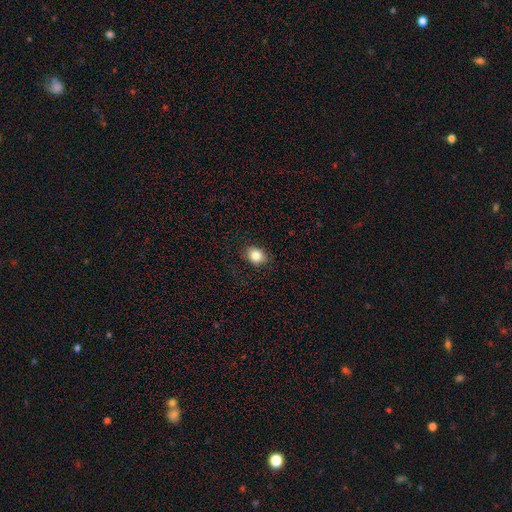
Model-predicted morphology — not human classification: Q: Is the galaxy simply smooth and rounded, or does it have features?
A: smooth — 85%.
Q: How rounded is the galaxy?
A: in between — 55%.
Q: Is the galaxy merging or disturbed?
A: none — 85%.